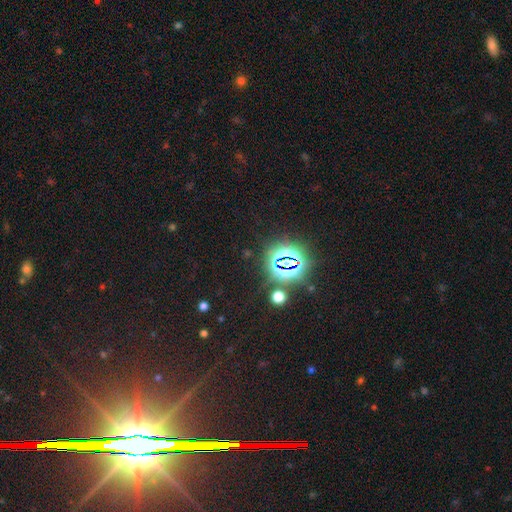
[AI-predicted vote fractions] This appears to be a star or artifact, not a galaxy (77%).